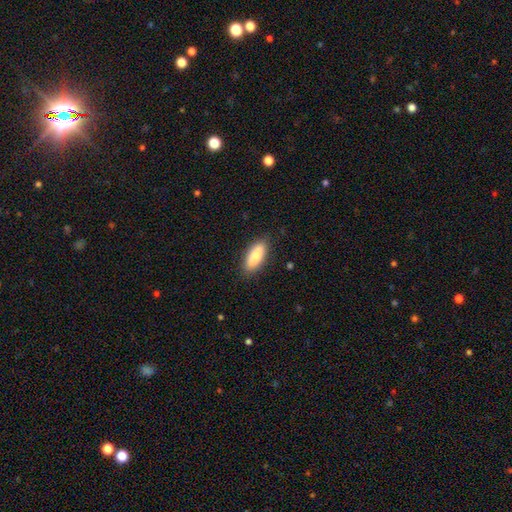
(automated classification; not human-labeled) smooth-or-featured: smooth: 81% | featured or disk: 13% | star or artifact: 6%
  how-rounded: in between: 69% | cigar-shaped: 29% | round: 2%
  merging: none: 86% | minor disturbance: 10% | major disturbance: 2% | merger: 1%